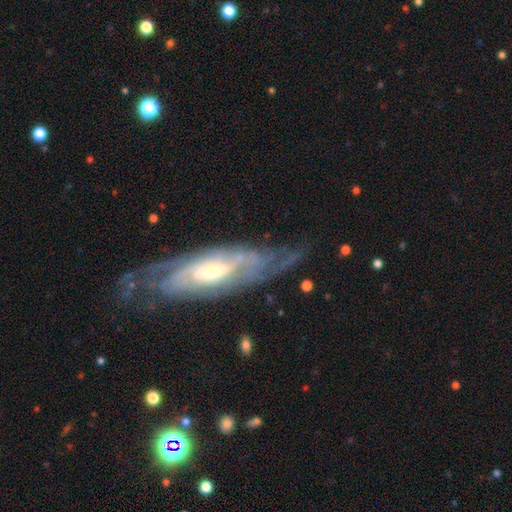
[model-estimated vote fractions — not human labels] featured or disk 83%, smooth 11%, star or artifact 6%. Down the decision tree: edge-on disk — no (80%); bar — no (47%); spiral arms — yes (90%); spiral arm count — can't tell (53%); spiral winding — tight (62%); bulge size — moderate (46%, tied with small); merging — none (69%).